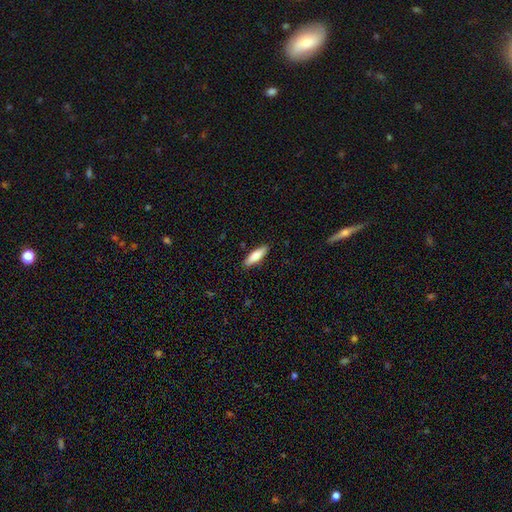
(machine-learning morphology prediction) smooth 74%, featured or disk 20%, star or artifact 6%. Down the decision tree: how rounded — cigar-shaped (59%); merging — none (88%).